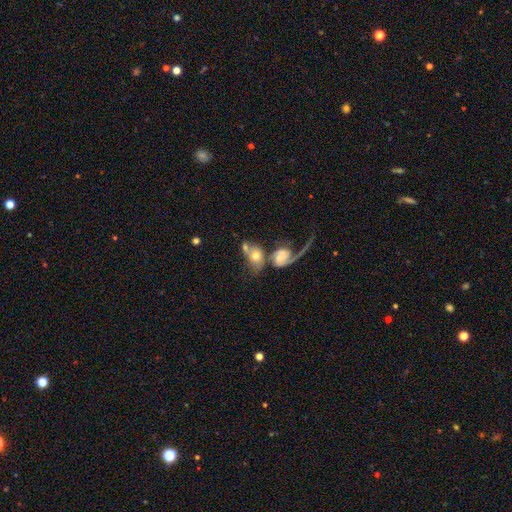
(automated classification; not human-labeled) Q: Smooth or featured?
A: smooth (48%); runner-up: featured or disk (43%)
Q: Merging?
A: merger (56%); runner-up: none (20%)